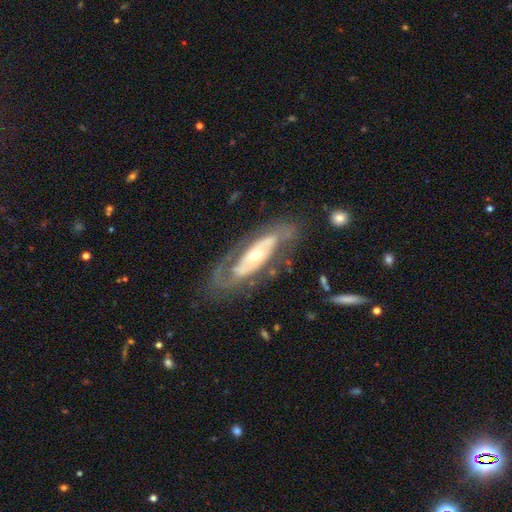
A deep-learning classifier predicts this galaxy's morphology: Q: Smooth or featured?
A: featured or disk (78%); runner-up: smooth (17%)
Q: Edge-on disk?
A: no (84%); runner-up: yes (16%)
Q: Bar?
A: no (67%); runner-up: weak (18%)
Q: Spiral arms?
A: yes (64%); runner-up: no (36%)
Q: Bulge size?
A: moderate (60%); runner-up: small (30%)
Q: Merging?
A: none (67%); runner-up: minor disturbance (17%)